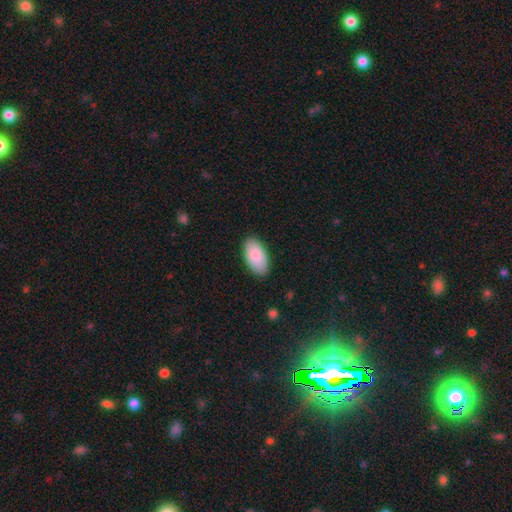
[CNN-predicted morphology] Smooth or featured? smooth (89%)
How rounded? in between (96%)
Merging? none (88%)